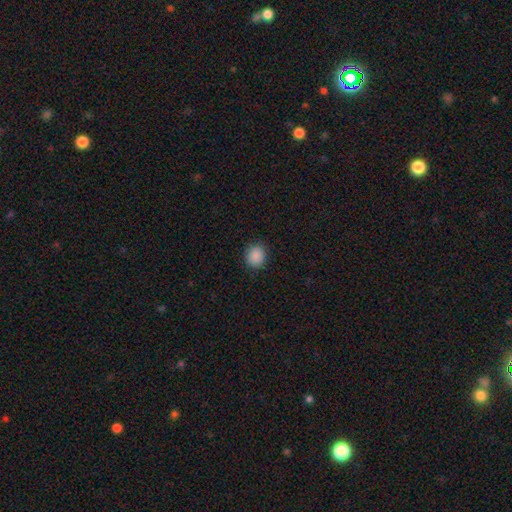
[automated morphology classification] Smooth or featured: smooth — 89% (star or artifact — 9%)
How rounded: round — 82% (in between — 17%)
Merging: none — 90% (minor disturbance — 7%)